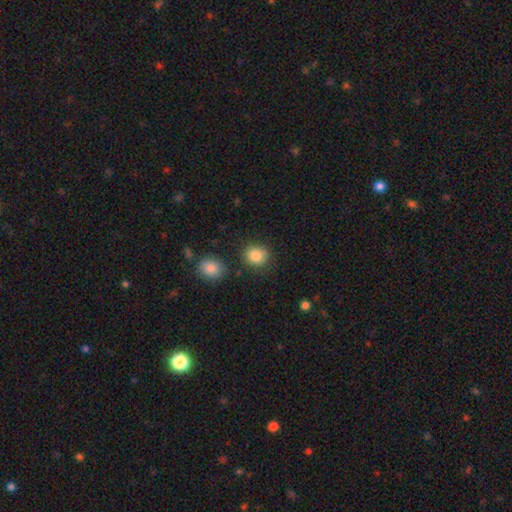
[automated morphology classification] smooth_or_featured: smooth (p=0.85) [alt: star or artifact p=0.09]
how_rounded: round (p=0.79) [alt: in between p=0.20]
merging: none (p=0.84) [alt: minor disturbance p=0.09]